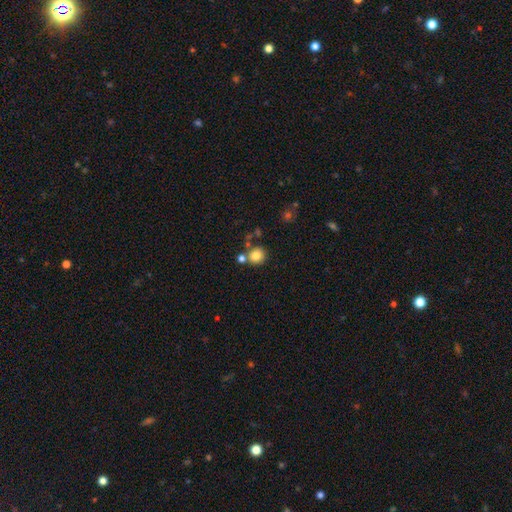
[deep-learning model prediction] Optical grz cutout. It shows a smooth galaxy with no disk features (82%) that is round (89%). Merging: none (67%).